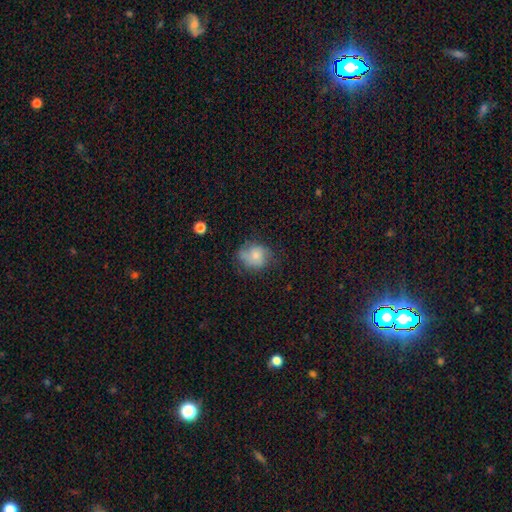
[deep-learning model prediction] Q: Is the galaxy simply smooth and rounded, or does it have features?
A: smooth — 67%.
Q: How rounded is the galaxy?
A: round — 58%.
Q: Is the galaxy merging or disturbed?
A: none — 56%.